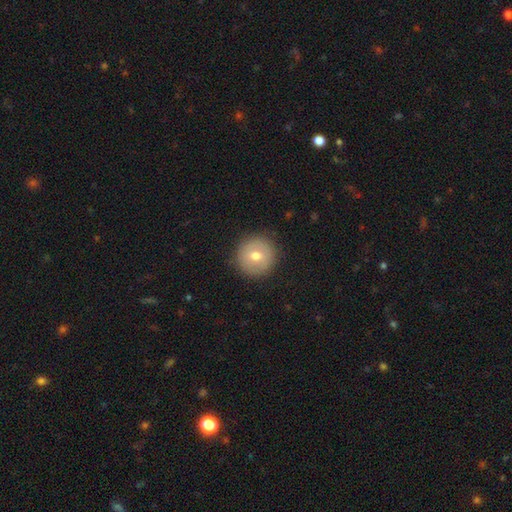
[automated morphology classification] Overall: smooth (66%). How rounded: round (95%). Merging: none (89%).